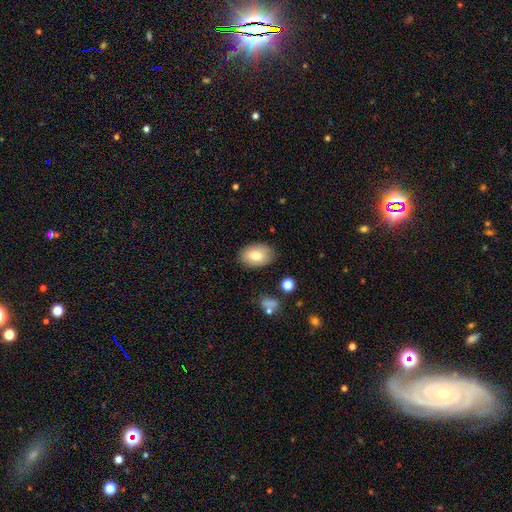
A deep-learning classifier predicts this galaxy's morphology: Overall: smooth (77%). How rounded: in between (87%). Merging: none (82%).